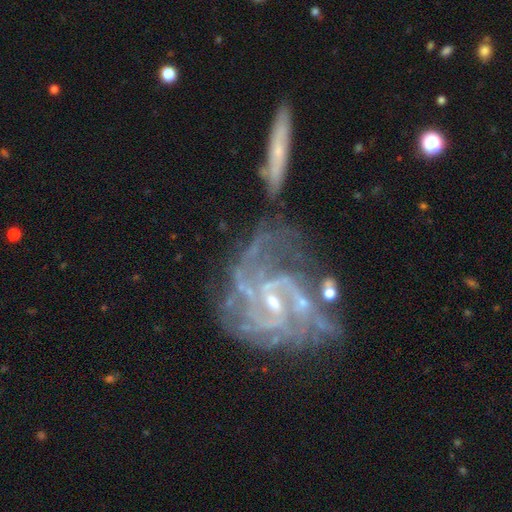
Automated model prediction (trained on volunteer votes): Smooth or featured? featured or disk (88%)
Edge-on disk? no (96%)
Bar? weak (43%)
Spiral arms? yes (96%)
Spiral winding? tight (47%)
Spiral arm count? 2 (26%)
Bulge size? small (73%)
Merging? none (37%)